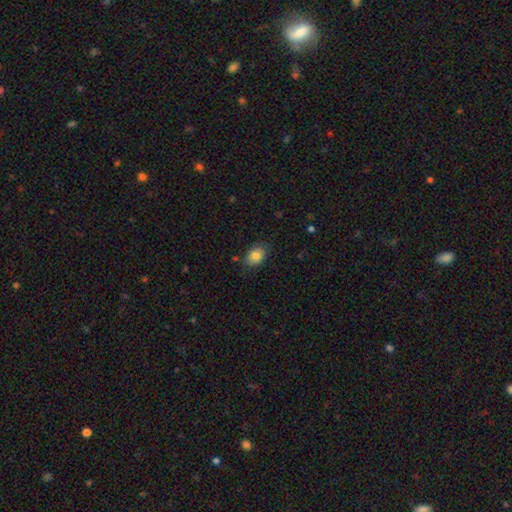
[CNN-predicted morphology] Q: Smooth or featured?
A: smooth (82%); runner-up: featured or disk (9%)
Q: How rounded?
A: in between (76%); runner-up: round (23%)
Q: Merging?
A: none (77%); runner-up: minor disturbance (18%)